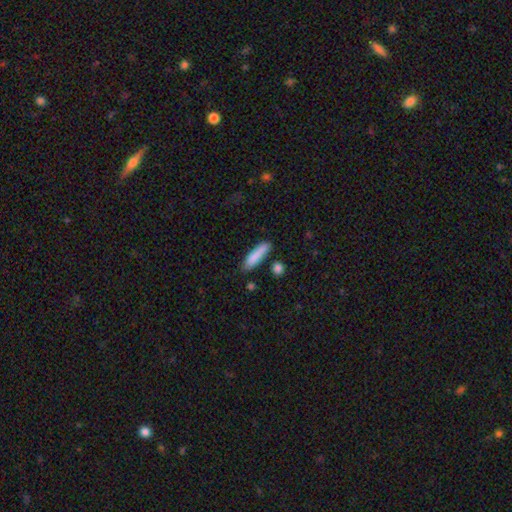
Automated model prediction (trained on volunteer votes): smooth-or-featured: smooth: 85% | featured or disk: 9% | star or artifact: 6%
  how-rounded: cigar-shaped: 75% | in between: 23% | round: 2%
  merging: none: 78% | minor disturbance: 15% | merger: 4% | major disturbance: 3%